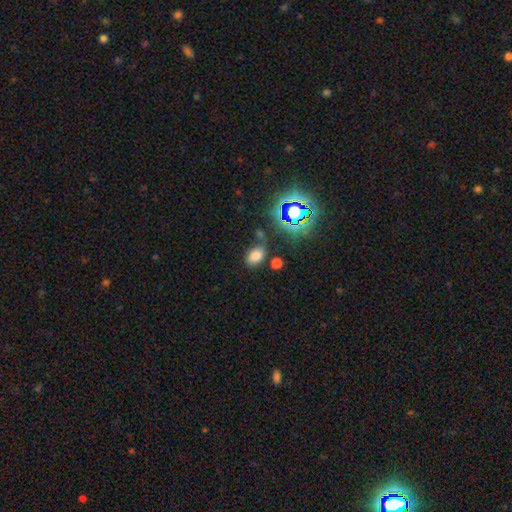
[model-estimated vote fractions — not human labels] Q: Smooth or featured?
A: smooth (71%); runner-up: star or artifact (22%)
Q: How rounded?
A: in between (82%); runner-up: round (17%)
Q: Merging?
A: none (77%); runner-up: minor disturbance (13%)